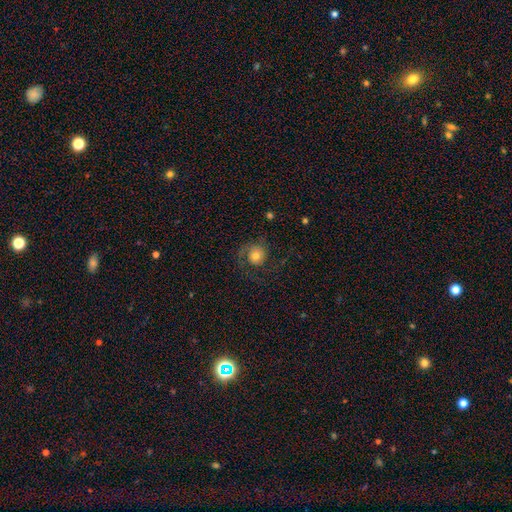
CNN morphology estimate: Smooth or featured?
  - featured or disk: 59% *
  - smooth: 33%
  - star or artifact: 9%
Edge-on disk?
  - no: 98% *
  - yes: 2%
Bar?
  - no: 78% *
  - weak: 18%
  - strong: 3%
Spiral arms?
  - yes: 91% *
  - no: 9%
Spiral winding?
  - medium: 43% *
  - loose: 33%
  - tight: 24%
Spiral arm count?
  - 2: 52% *
  - 1: 36%
  - can't tell: 6%
  - 3: 3%
  - 4: 2%
  - more than 4: 2%
Bulge size?
  - moderate: 59% *
  - small: 18%
  - large: 18%
  - dominant: 3%
  - none: 2%
Merging?
  - none: 63% *
  - major disturbance: 21%
  - minor disturbance: 15%
  - merger: 2%